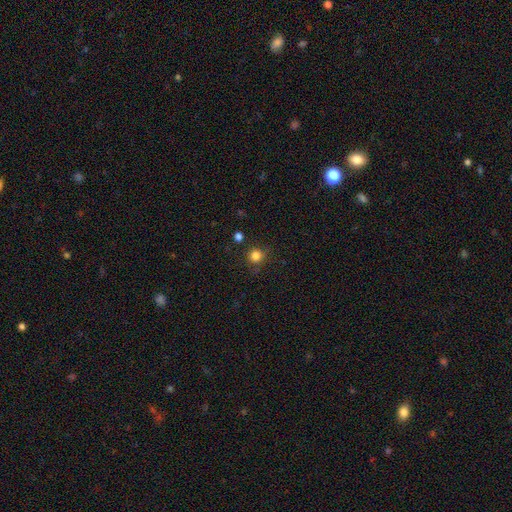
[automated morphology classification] Smooth or featured? smooth (81%)
How rounded? round (89%)
Merging? none (79%)